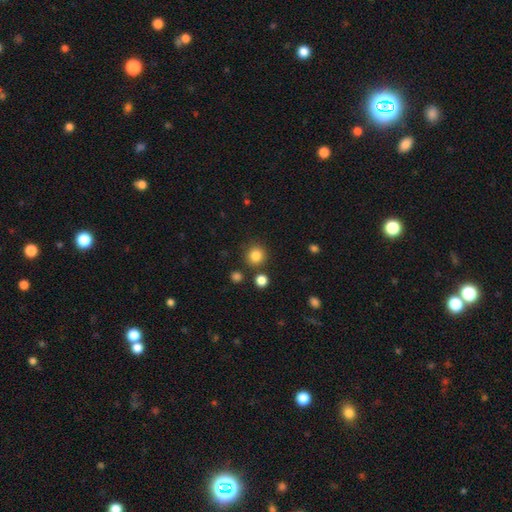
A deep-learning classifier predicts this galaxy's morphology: The model was most divided on "smooth or featured": smooth: 83%, star or artifact: 12%, featured or disk: 5%. More confident: how rounded — round (92%); merging — none (85%).